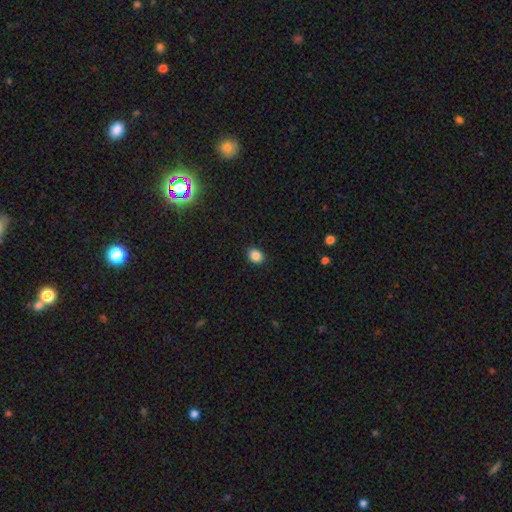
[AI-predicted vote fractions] smooth 86%, star or artifact 10%, featured or disk 4%. Down the decision tree: how rounded — in between (54%); merging — none (90%).